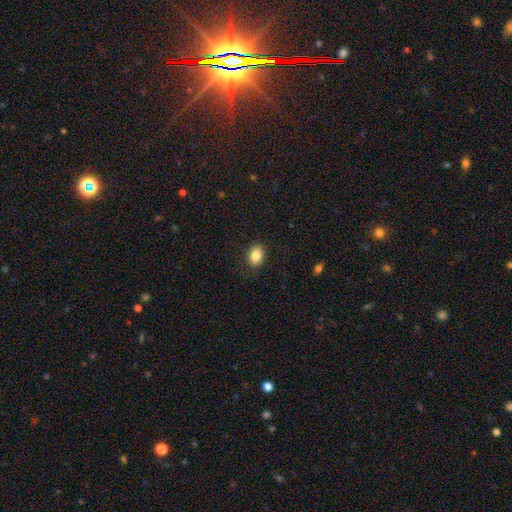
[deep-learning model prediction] This is clearly a smooth galaxy (86%). How rounded: likely in between (64%). Merging: clearly none (88%).